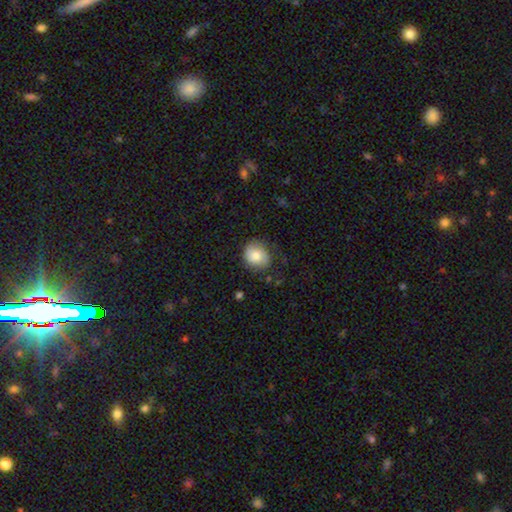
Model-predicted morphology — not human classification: smooth_or_featured: smooth (p=0.78) [alt: featured or disk p=0.14]
how_rounded: round (p=0.67) [alt: in between p=0.32]
merging: none (p=0.67) [alt: minor disturbance p=0.24]